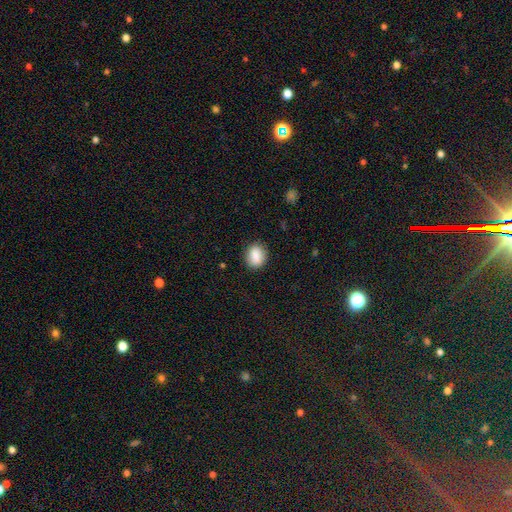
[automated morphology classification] Q: Smooth or featured?
A: smooth (87%); runner-up: star or artifact (8%)
Q: How rounded?
A: round (55%); runner-up: in between (44%)
Q: Merging?
A: none (84%); runner-up: minor disturbance (12%)